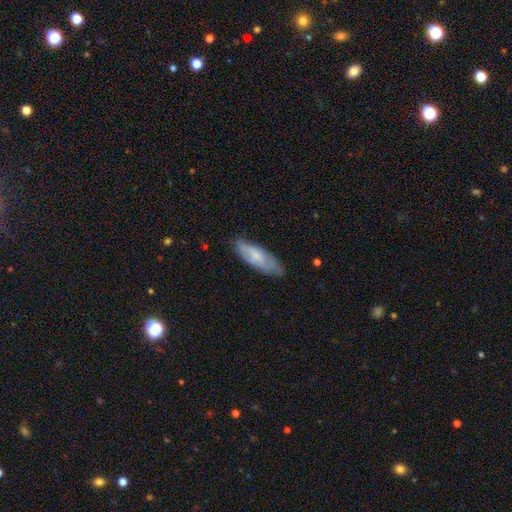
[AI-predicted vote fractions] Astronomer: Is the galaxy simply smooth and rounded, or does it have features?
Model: smooth — 60%.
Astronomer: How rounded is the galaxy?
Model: in between — 56% (runner-up: cigar-shaped, 42%).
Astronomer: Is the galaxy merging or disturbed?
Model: none — 70%.